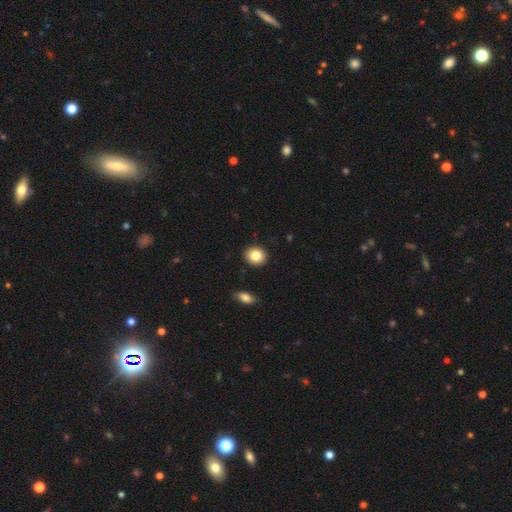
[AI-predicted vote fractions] A smooth galaxy with no disk features (84%) that is round (72%). Merging: none (90%).